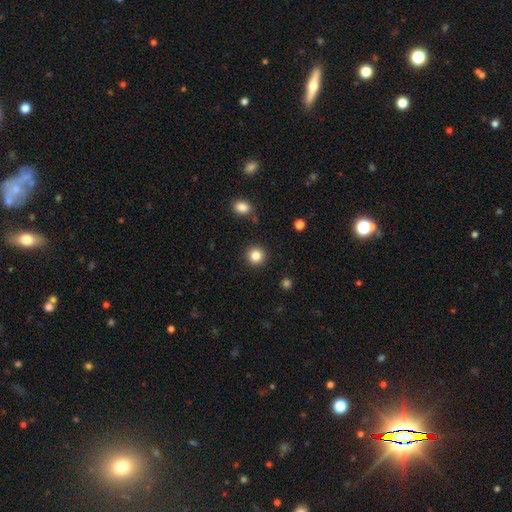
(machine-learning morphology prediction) Smooth or featured? smooth (83%)
How rounded? round (94%)
Merging? none (91%)